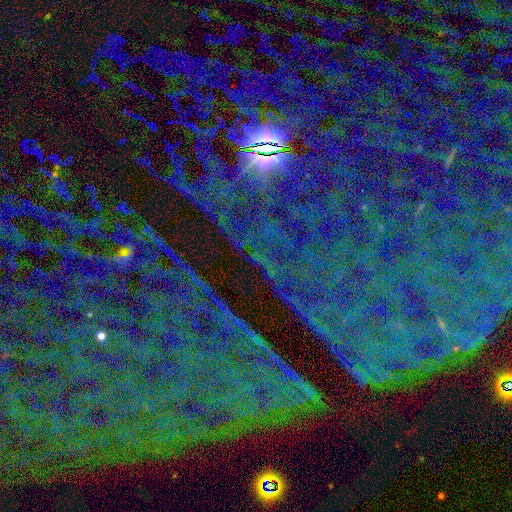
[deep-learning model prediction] Smooth or featured: star or artifact — 84% (smooth — 8%)